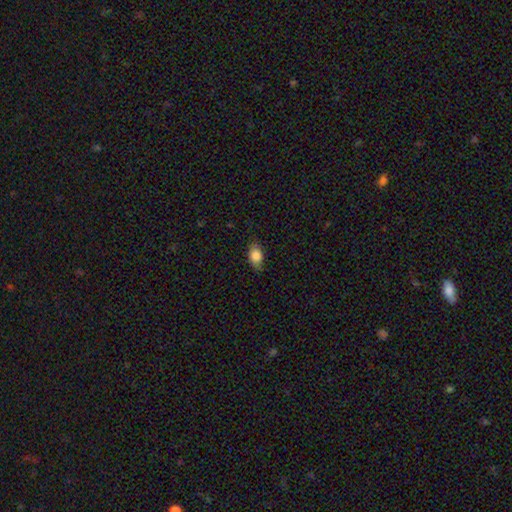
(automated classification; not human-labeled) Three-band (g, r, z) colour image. It shows a smooth galaxy with no disk features (84%) that is in between round and cigar-shaped (83%). Merging: none (78%).